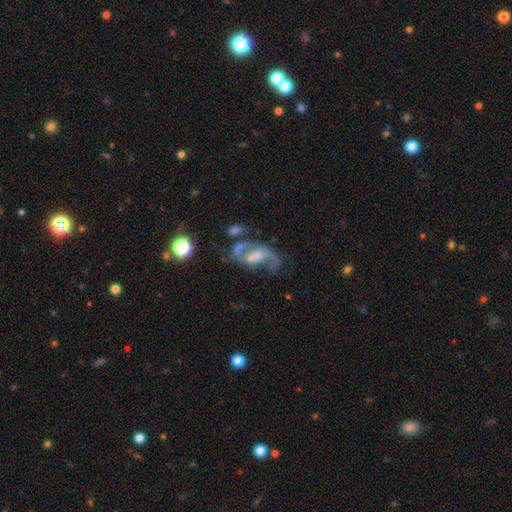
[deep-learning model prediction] The model was most divided on "bar": weak: 44%, no: 40%, strong: 16%. Remaining: edge-on disk — no (96%); spiral arms — yes (88%); spiral arm count — 2 (82%); smooth or featured — featured or disk (79%); spiral winding — loose (56%); bulge size — small (47%); merging — none (38%).